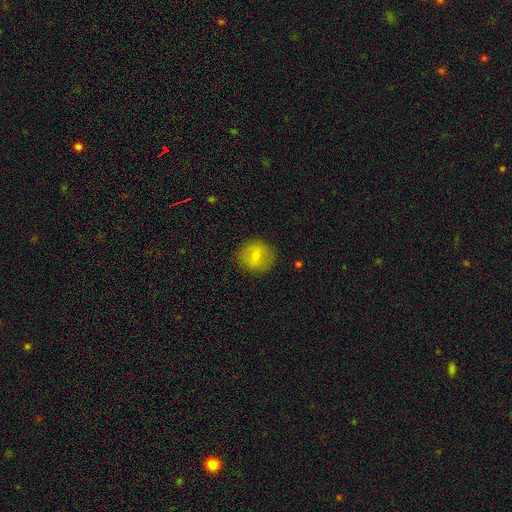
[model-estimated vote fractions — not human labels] Smooth or featured? Predicted: smooth (p=0.70). How rounded? Predicted: round (p=0.88). Merging? Predicted: none (p=0.87).